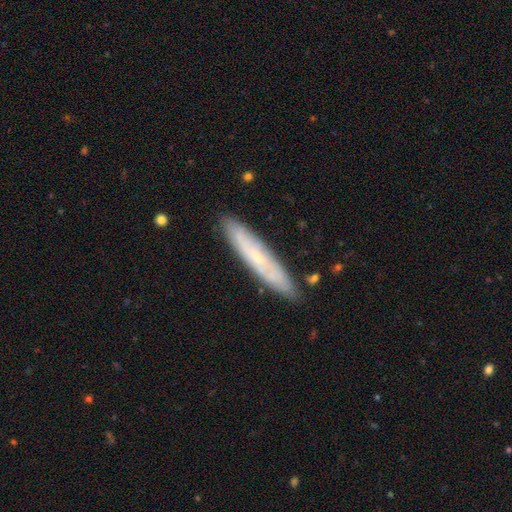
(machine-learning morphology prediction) A featured or disk galaxy (52%) viewed edge-on (60%).

Vote fractions:
- Smooth or featured? featured or disk: 52% / smooth: 42% / star or artifact: 7%
- Edge-on disk? yes: 60% / no: 40%
- Merging? none: 85% / minor disturbance: 12% / major disturbance: 2% / merger: 2%